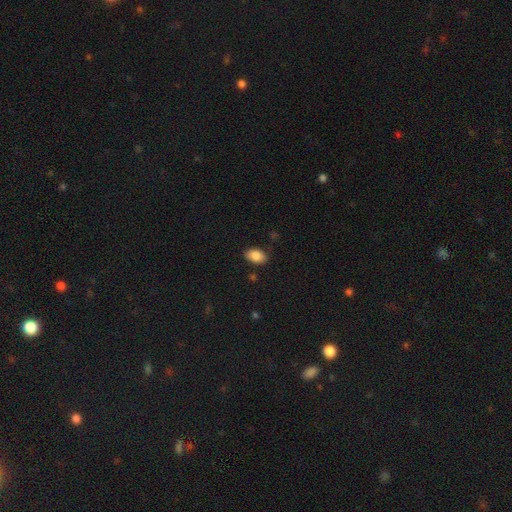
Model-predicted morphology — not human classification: smooth-or-featured: smooth: 87% | star or artifact: 7% | featured or disk: 6%
  how-rounded: in between: 89% | round: 10% | cigar-shaped: 1%
  merging: none: 84% | minor disturbance: 12% | major disturbance: 3% | merger: 1%